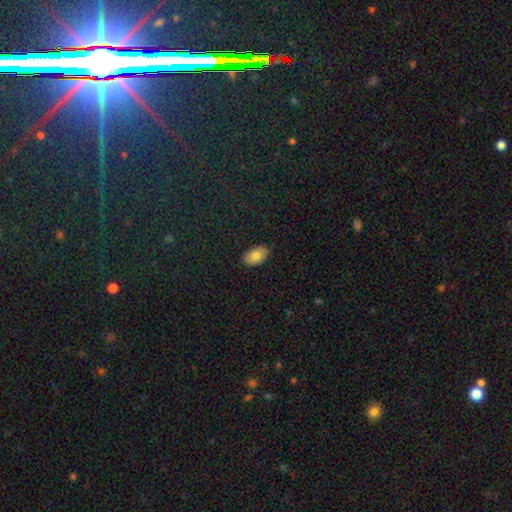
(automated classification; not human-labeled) Morphology: type=smooth (80%); roundness=in between (93%); merging=none (85%).